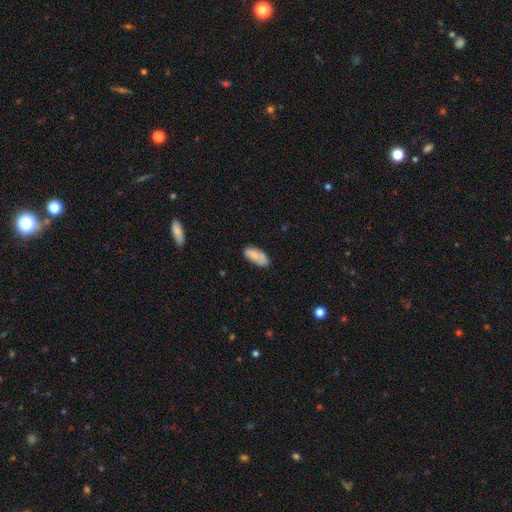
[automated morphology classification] type=smooth (77%); roundness=in between (88%); merging=none (68%).